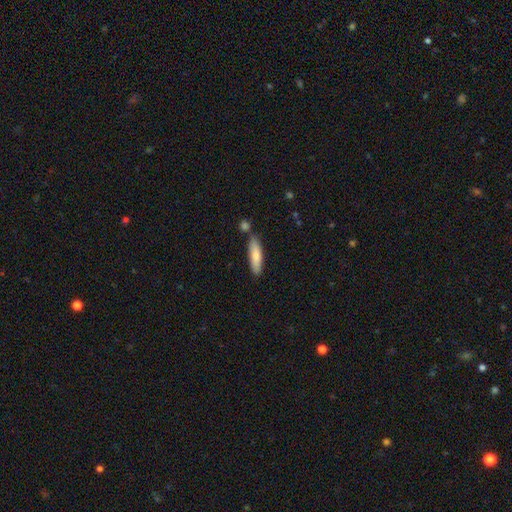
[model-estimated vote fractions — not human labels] A smooth galaxy with no disk features (80%) that is cigar-shaped (71%).

Vote fractions:
- Smooth or featured? smooth: 80% / featured or disk: 15% / star or artifact: 5%
- How rounded? cigar-shaped: 71% / in between: 28% / round: 2%
- Merging? none: 75% / minor disturbance: 13% / merger: 9% / major disturbance: 3%